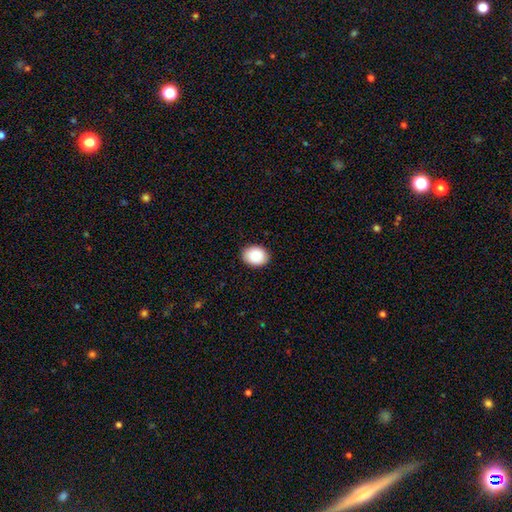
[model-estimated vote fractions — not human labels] A smooth galaxy with no disk features (90%) that is in between round and cigar-shaped (63%). Merging: none (88%).